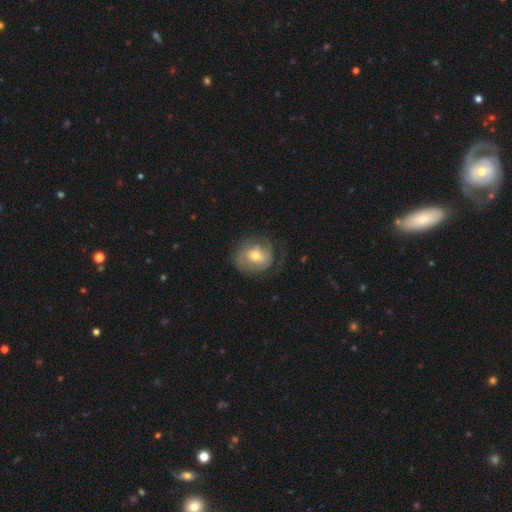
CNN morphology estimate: A featured or disk galaxy (53%) with no bar (62%), spiral arms (66%) and a moderate central bulge (54%). Merging: none (56%).